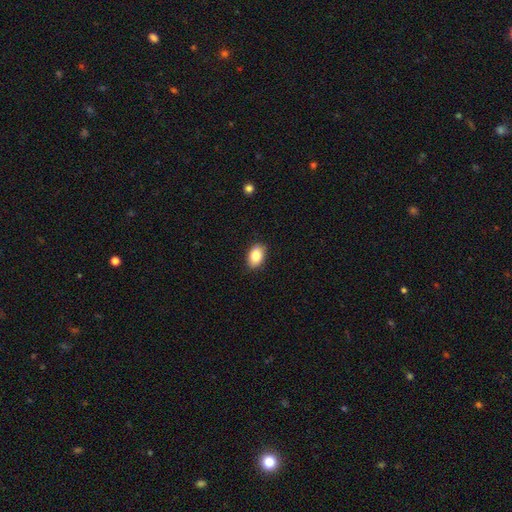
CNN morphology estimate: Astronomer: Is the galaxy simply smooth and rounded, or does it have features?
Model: smooth — 86%.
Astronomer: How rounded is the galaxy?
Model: in between — 88%.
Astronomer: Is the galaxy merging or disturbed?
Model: none — 87%.